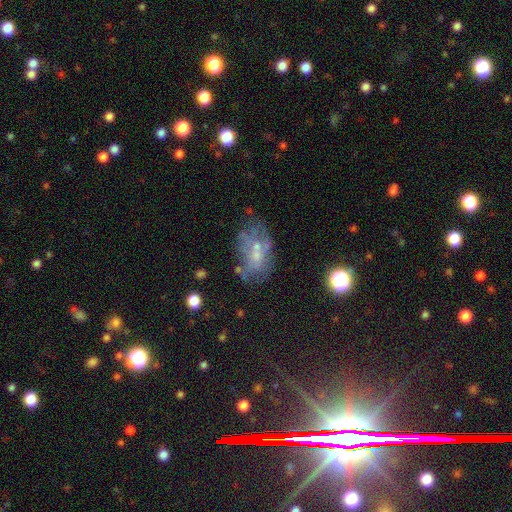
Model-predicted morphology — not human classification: This is possibly a featured or disk galaxy (55%). It is clearly not viewed edge-on (96%). Bar: likely no (78%). Spiral arm pattern: likely no (69%). Central bulge: possibly small (56%). Merging: marginally none (43%).